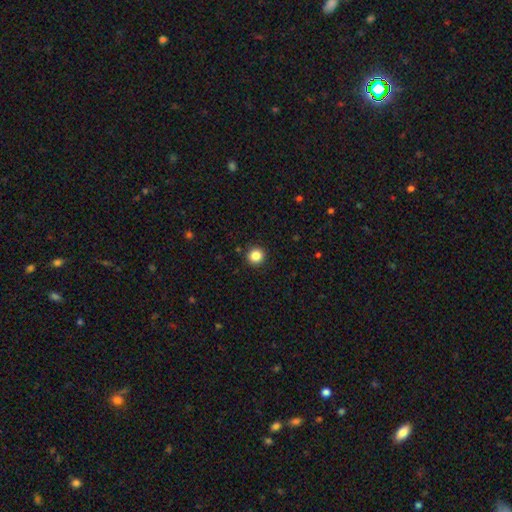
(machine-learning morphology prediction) The model was most divided on "smooth or featured": smooth: 86%, star or artifact: 11%, featured or disk: 4%. More confident: how rounded — round (95%); merging — none (93%).